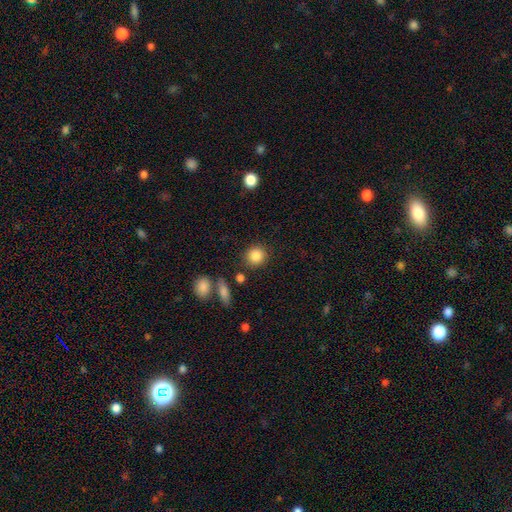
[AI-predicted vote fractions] Smooth or featured? smooth (86%)
How rounded? round (87%)
Merging? none (84%)